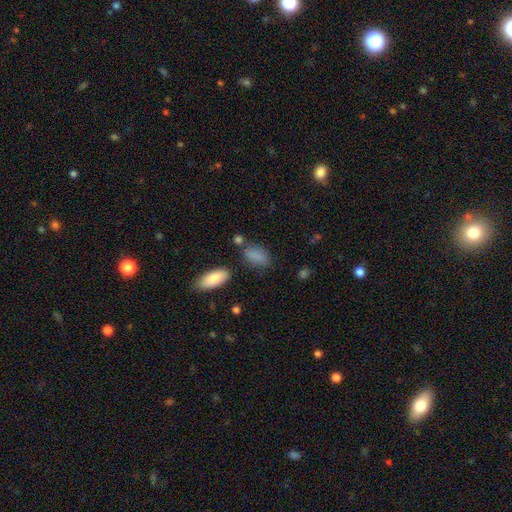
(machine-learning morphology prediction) Smooth or featured: smooth — 84% (star or artifact — 10%)
How rounded: in between — 88% (round — 9%)
Merging: none — 65% (minor disturbance — 20%)